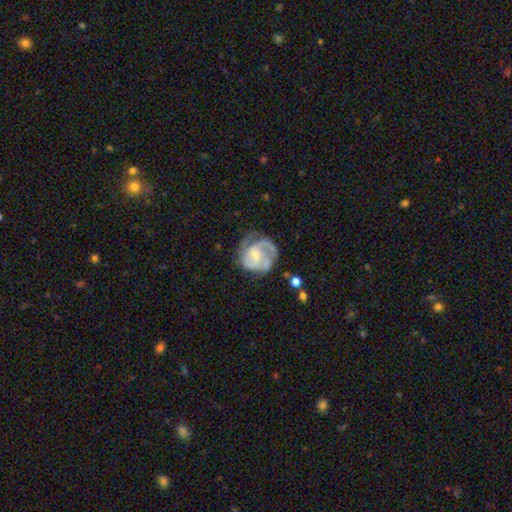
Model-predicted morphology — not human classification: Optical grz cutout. It shows a featured or disk galaxy (74%) with no bar (50%), 2 (36%) medium (42%) spiral arms (87%) and a small central bulge (52%). Merging: none (49%).